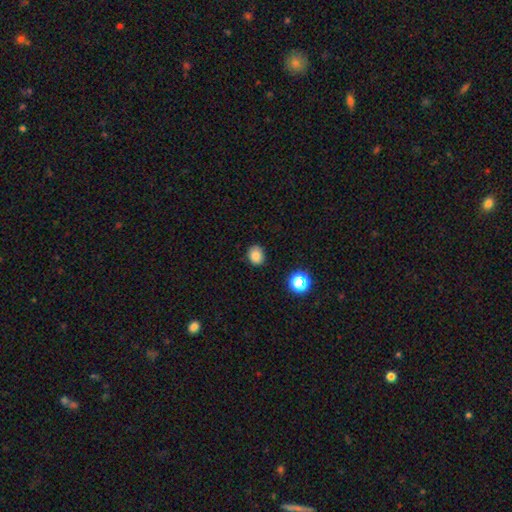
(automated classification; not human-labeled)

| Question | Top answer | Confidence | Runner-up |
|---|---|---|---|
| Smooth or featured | smooth | 82% | star or artifact (13%) |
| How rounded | round | 60% | in between (39%) |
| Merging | none | 82% | minor disturbance (13%) |